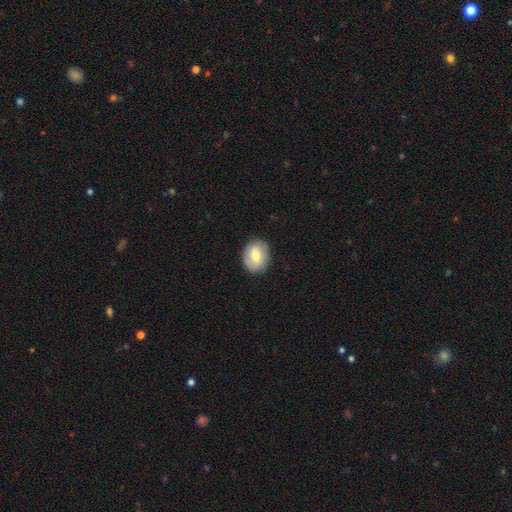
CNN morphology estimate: type=smooth (66%); roundness=in between (54%); merging=none (86%).